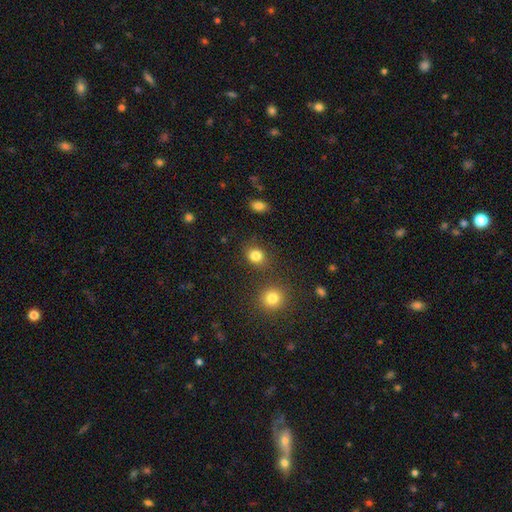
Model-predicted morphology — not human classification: Smooth or featured? Predicted: smooth (p=0.83). How rounded? Predicted: round (p=0.64). Merging? Predicted: none (p=0.75).